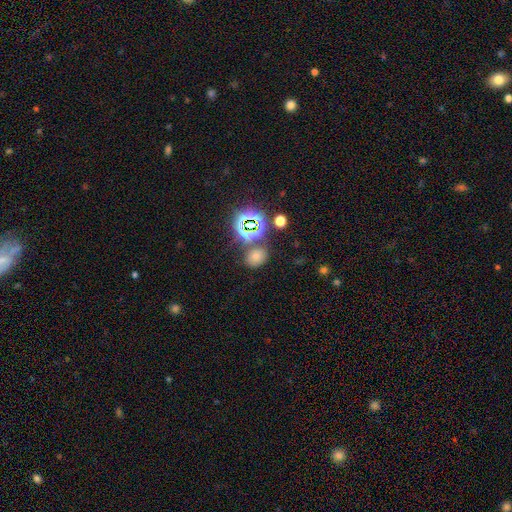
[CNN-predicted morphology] Smooth or featured?
  - smooth: 52% *
  - star or artifact: 39%
  - featured or disk: 9%
How rounded?
  - in between: 49% * (tied)
  - round: 49% * (tied)
  - cigar-shaped: 1%
Merging?
  - none: 75% *
  - minor disturbance: 11%
  - merger: 10%
  - major disturbance: 4%